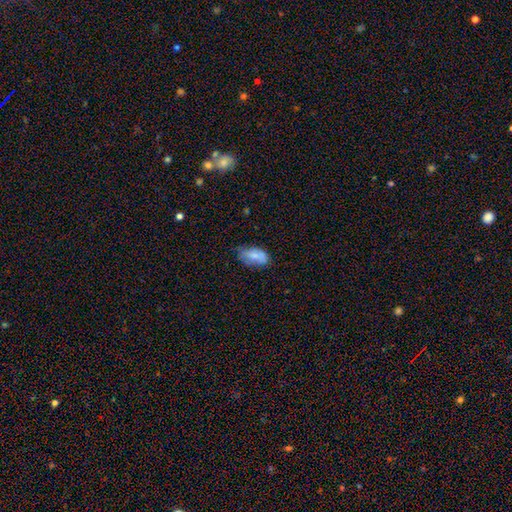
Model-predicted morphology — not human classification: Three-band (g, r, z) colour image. It shows a smooth galaxy with no disk features (77%) that is in between round and cigar-shaped (93%). Merging: none (53%).